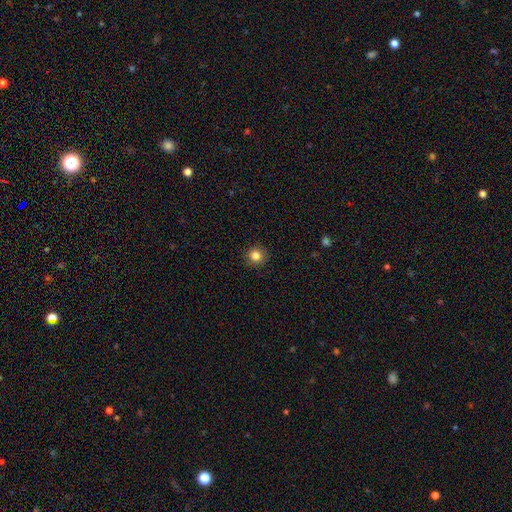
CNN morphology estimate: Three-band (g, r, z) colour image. It shows a smooth galaxy with no disk features (84%) that is round (92%). Merging: none (91%).